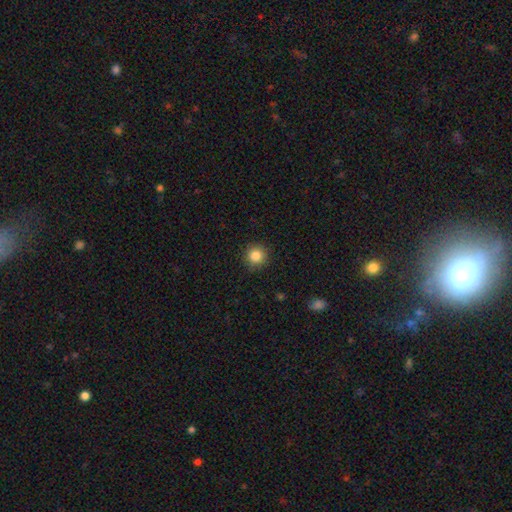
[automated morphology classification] type=smooth (85%); roundness=round (95%); merging=none (91%).